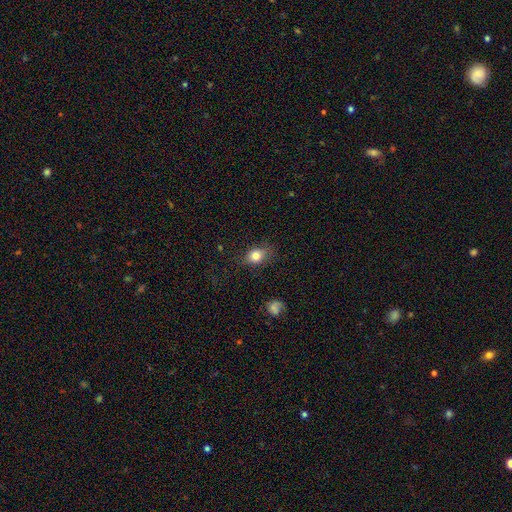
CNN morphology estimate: The model was most divided on "how rounded": in between: 60%, round: 39%, cigar-shaped: 2%. More confident: smooth or featured — smooth (81%); merging — none (76%).